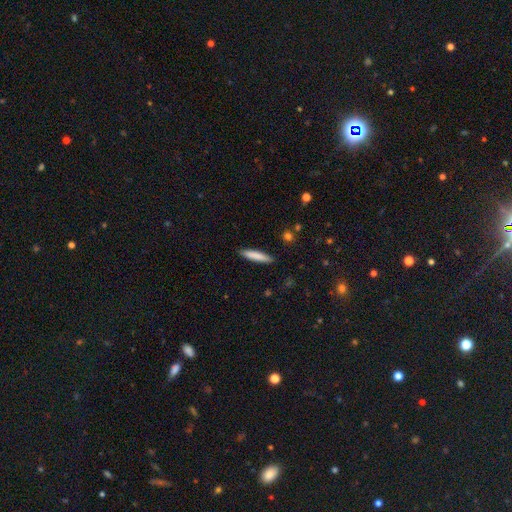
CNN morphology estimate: The model was most divided on "smooth or featured": smooth: 81%, featured or disk: 13%, star or artifact: 6%. More confident: merging — none (90%); how rounded — cigar-shaped (89%).